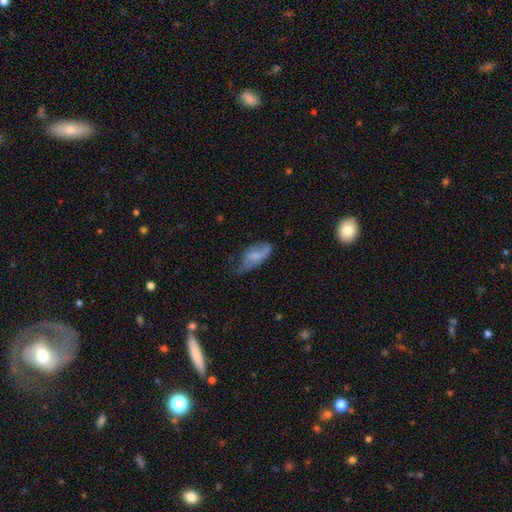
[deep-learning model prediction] The model was most divided on "merging": minor disturbance: 38%, none: 37%, major disturbance: 22%, merger: 2%. More confident: how rounded — in between (88%); smooth or featured — smooth (51%).